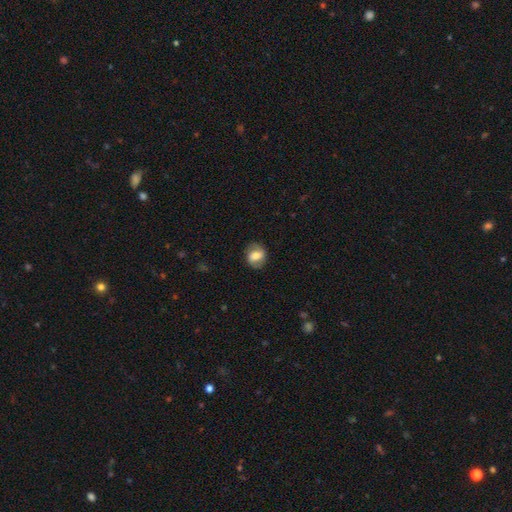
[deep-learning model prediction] Smooth or featured? Predicted: smooth (p=0.49). Merging? Predicted: none (p=0.80).